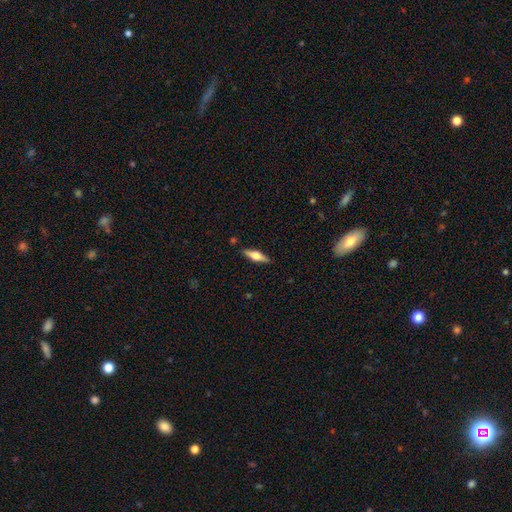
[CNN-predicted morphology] smooth_or_featured: featured or disk (p=0.53) [alt: smooth p=0.41]
disk_edge_on: yes (p=0.95) [alt: no p=0.05]
edge_on_bulge: rounded (p=0.91) [alt: boxy p=0.06]
merging: none (p=0.88) [alt: minor disturbance p=0.09]